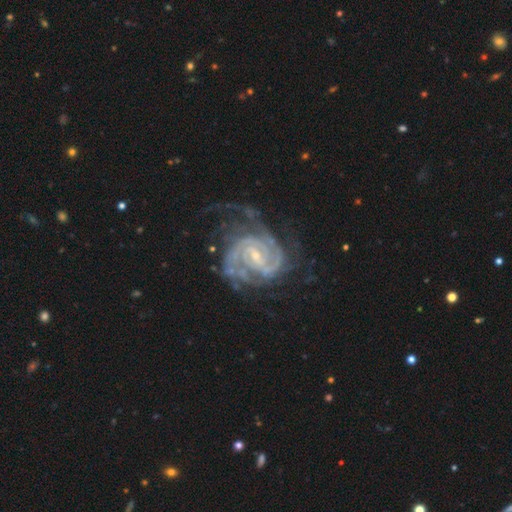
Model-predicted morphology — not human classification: smooth-or-featured: featured or disk: 91% | star or artifact: 5% | smooth: 3%
  disk-edge-on: no: 98% | yes: 2%
    bar: weak: 54% | strong: 24% | no: 23%
    has-spiral-arms: yes: 98% | no: 2%
      spiral-winding: tight: 56% | medium: 36% | loose: 7%
      spiral-arm-count: 2: 45% | can't tell: 18% | 3: 16% | 4: 9% | more than 4: 6% | 1: 6%
    bulge-size: small: 68% | moderate: 24% | none: 5% | large: 1% | dominant: 1%
  merging: none: 58% | major disturbance: 21% | minor disturbance: 20% | merger: 2%